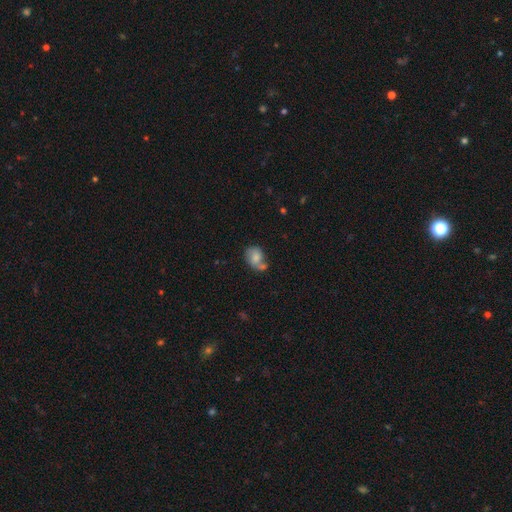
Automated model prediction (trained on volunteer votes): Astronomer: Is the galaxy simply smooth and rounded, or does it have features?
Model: smooth — 59%.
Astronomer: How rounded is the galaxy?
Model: in between — 57% (runner-up: round, 42%).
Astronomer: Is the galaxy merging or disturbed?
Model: none — 39% (runner-up: merger, 29%).